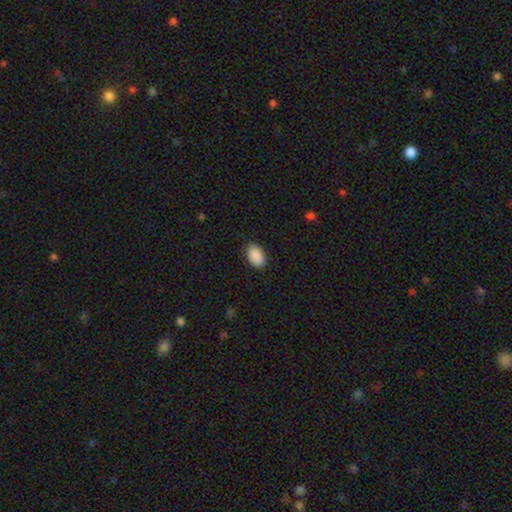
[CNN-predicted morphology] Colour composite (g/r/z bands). It shows a smooth galaxy with no disk features (91%) that is in between round and cigar-shaped (92%). Merging: none (85%).